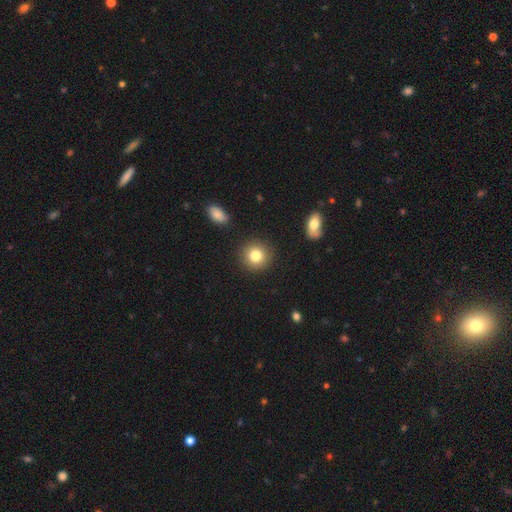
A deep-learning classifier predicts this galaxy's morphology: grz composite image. It shows a smooth galaxy with no disk features (82%) that is round (91%). Merging: none (89%).